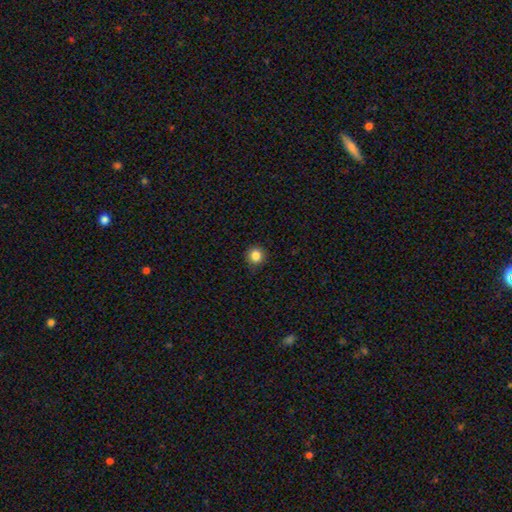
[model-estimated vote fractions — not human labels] Overall: smooth (84%). How rounded: round (93%). Merging: none (88%).